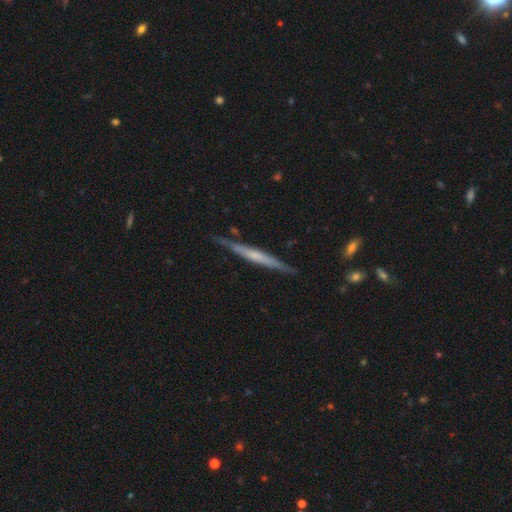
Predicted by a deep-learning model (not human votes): A featured or disk galaxy (63%) viewed edge-on (96%) with no central bulge (51%).

Vote fractions:
- Smooth or featured? featured or disk: 63% / smooth: 32% / star or artifact: 5%
- Edge-on disk? yes: 96% / no: 4%
- Edge-on bulge? none: 51% / rounded: 34% / boxy: 14%
- Merging? none: 82% / minor disturbance: 13% / major disturbance: 2% / merger: 2%